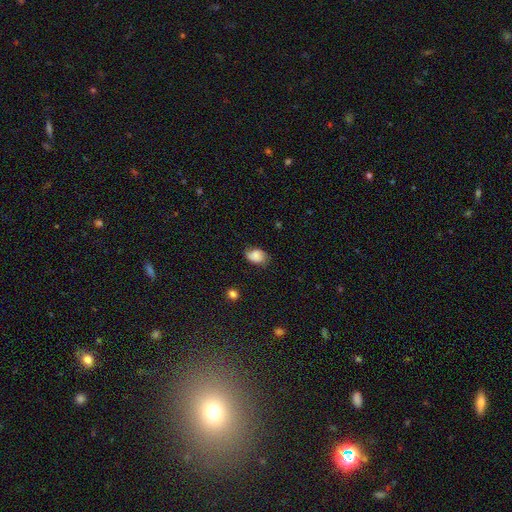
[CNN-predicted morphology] Smooth or featured? smooth (73%)
How rounded? in between (83%)
Merging? none (65%)